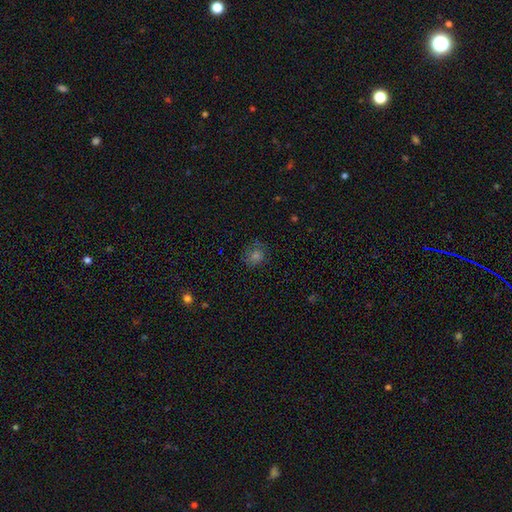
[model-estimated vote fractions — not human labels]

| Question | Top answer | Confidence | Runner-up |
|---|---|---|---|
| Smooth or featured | smooth | 60% | star or artifact (25%) |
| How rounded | round | 79% | in between (20%) |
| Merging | none | 78% | minor disturbance (16%) |